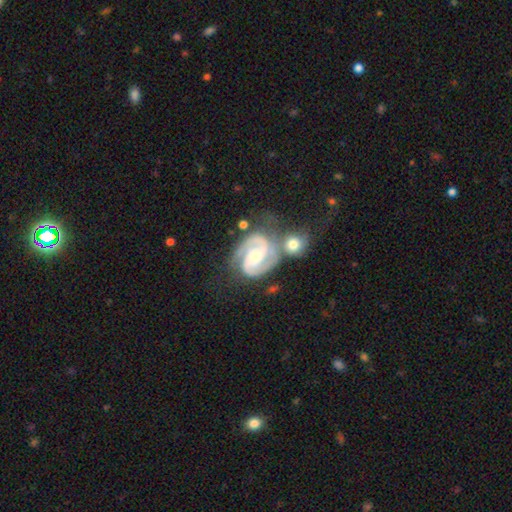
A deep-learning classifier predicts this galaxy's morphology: smooth-or-featured: featured or disk: 91% | smooth: 5% | star or artifact: 4%
  disk-edge-on: no: 98% | yes: 2%
    bar: weak: 41% | no: 39% | strong: 20%
    has-spiral-arms: yes: 98% | no: 2%
      spiral-winding: tight: 50% | medium: 43% | loose: 6%
      spiral-arm-count: 2: 90% | 3: 3% | can't tell: 3% | 1: 1% | 4: 1% | more than 4: 1%
    bulge-size: small: 48% | moderate: 42% | large: 4% | none: 4% | dominant: 1%
  merging: none: 52% | merger: 23% | minor disturbance: 17% | major disturbance: 8%